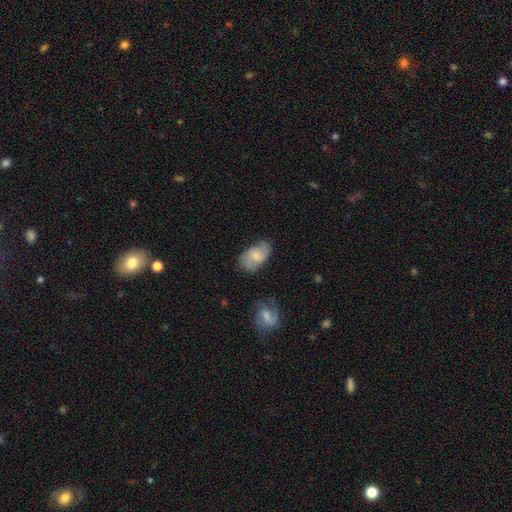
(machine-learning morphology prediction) Smooth or featured: smooth — 50% (featured or disk — 43%)
Merging: none — 61% (minor disturbance — 28%)